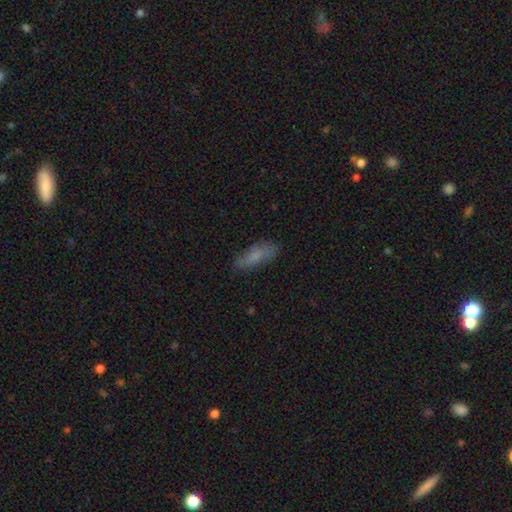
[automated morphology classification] type=smooth (74%); roundness=in between (61%); merging=none (70%).